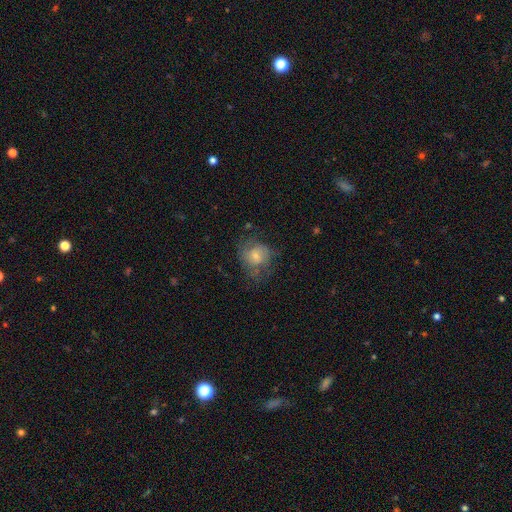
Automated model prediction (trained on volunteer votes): Overall: smooth (46%; featured or disk 41%). Merging: none (56%; minor disturbance 23%).